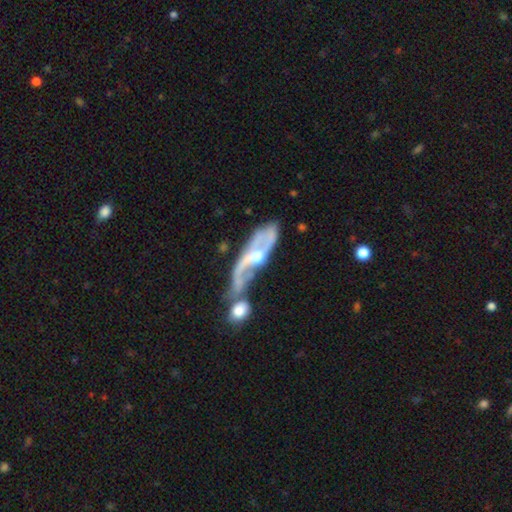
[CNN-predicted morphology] Smooth or featured?
  - featured or disk: 85% *
  - smooth: 9%
  - star or artifact: 5%
Edge-on disk?
  - no: 83% *
  - yes: 17%
Bar?
  - no: 51% *
  - weak: 34%
  - strong: 15%
Spiral arms?
  - yes: 89% *
  - no: 11%
Spiral winding?
  - loose: 48% *
  - medium: 35%
  - tight: 17%
Spiral arm count?
  - 2: 76% *
  - can't tell: 11%
  - 1: 5%
  - 3: 4%
  - 4: 2%
  - more than 4: 2%
Bulge size?
  - moderate: 66% *
  - small: 27%
  - large: 5%
  - none: 2%
  - dominant: 1%
Merging?
  - merger: 37% *
  - none: 28%
  - minor disturbance: 18%
  - major disturbance: 16%